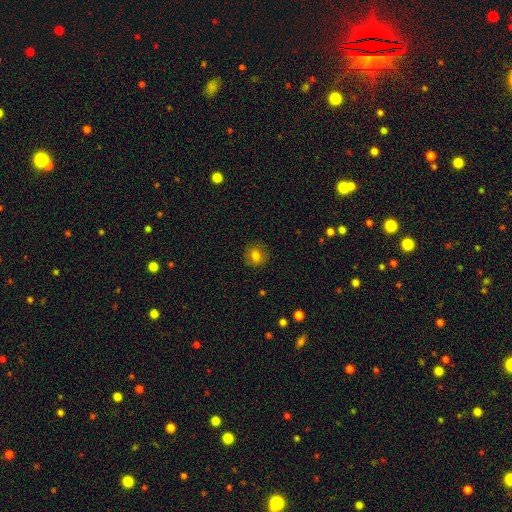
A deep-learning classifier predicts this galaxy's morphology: A smooth galaxy with no disk features (76%) that is round (83%). Merging: none (87%).